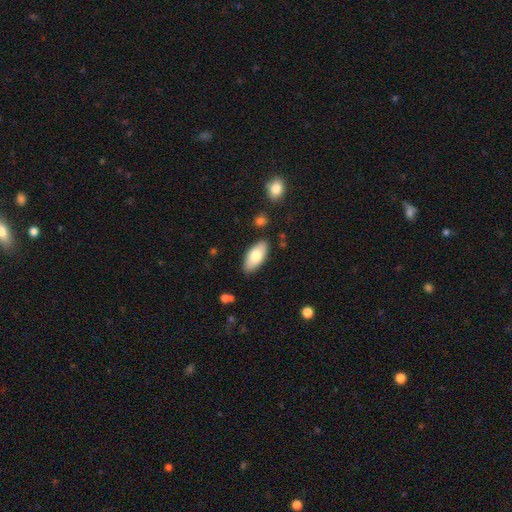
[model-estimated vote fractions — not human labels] A smooth galaxy with no disk features (77%) that is in between round and cigar-shaped (90%).

Vote fractions:
- Smooth or featured? smooth: 77% / featured or disk: 17% / star or artifact: 6%
- How rounded? in between: 90% / cigar-shaped: 8% / round: 2%
- Merging? none: 86% / minor disturbance: 10% / major disturbance: 2% / merger: 2%